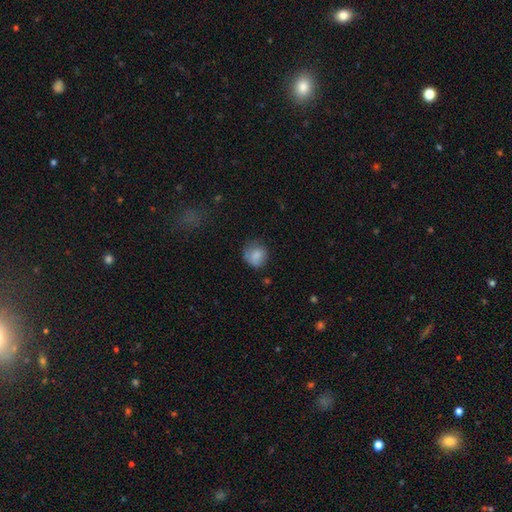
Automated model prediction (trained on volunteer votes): Q: Smooth or featured?
A: smooth (79%); runner-up: featured or disk (12%)
Q: How rounded?
A: round (79%); runner-up: in between (20%)
Q: Merging?
A: none (63%); runner-up: minor disturbance (25%)